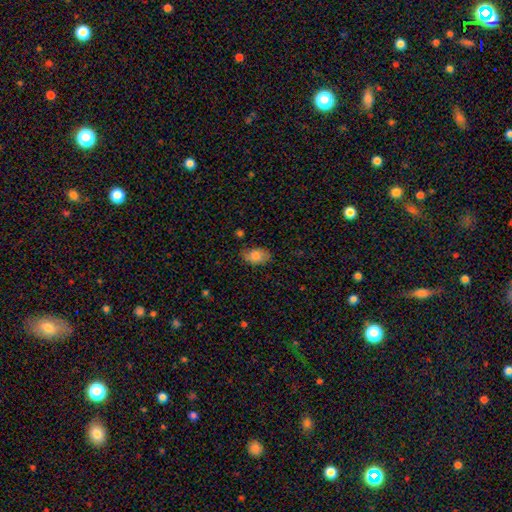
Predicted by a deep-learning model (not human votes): smooth 80%, featured or disk 12%, star or artifact 8%. Down the decision tree: how rounded — in between (88%); merging — none (73%).